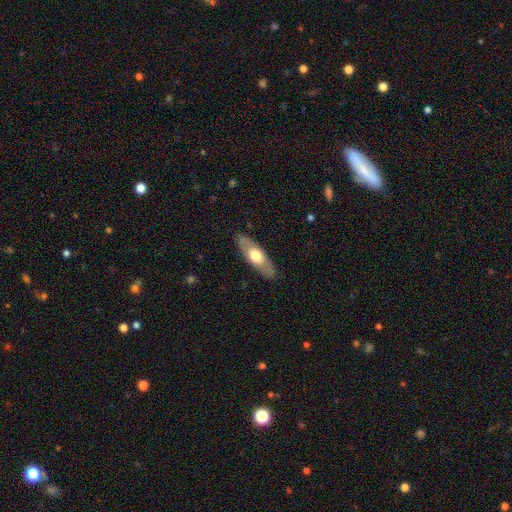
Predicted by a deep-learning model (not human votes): Smooth or featured? smooth (53%)
How rounded? in between (65%)
Merging? none (87%)